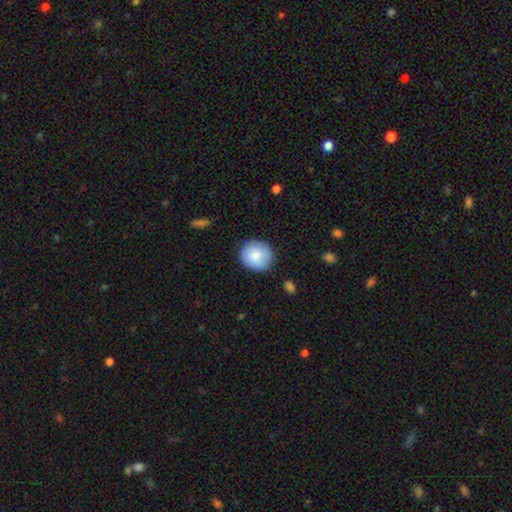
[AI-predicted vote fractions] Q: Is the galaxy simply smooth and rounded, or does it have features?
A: smooth — 85%.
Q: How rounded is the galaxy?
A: round — 88%.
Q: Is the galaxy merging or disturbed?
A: none — 85%.